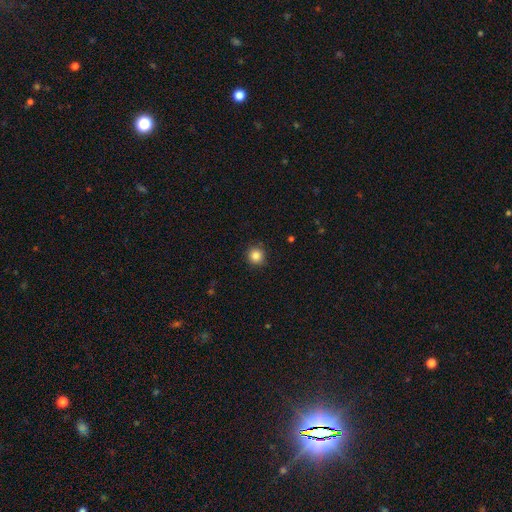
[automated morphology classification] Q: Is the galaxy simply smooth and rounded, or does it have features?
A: smooth — 85%.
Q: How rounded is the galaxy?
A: round — 94%.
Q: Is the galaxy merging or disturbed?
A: none — 90%.